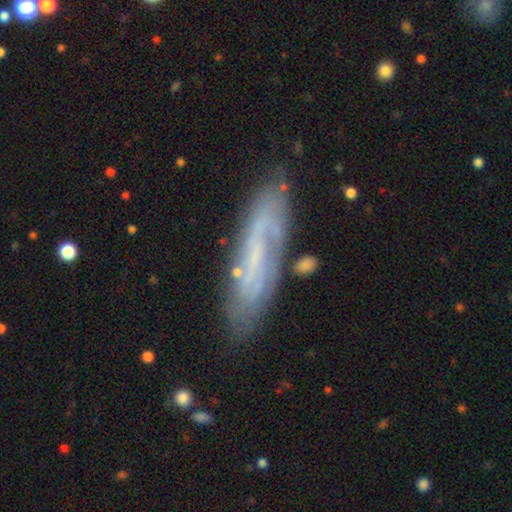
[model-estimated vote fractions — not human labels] This is likely a featured or disk galaxy (63%). It is likely not viewed edge-on (70%). Merging: likely none (74%).